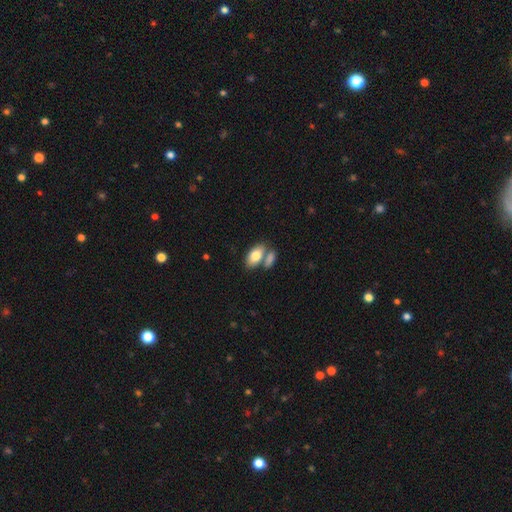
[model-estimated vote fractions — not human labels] Overall: smooth (81%). How rounded: in between (92%). Merging: none (47%; merger 39%).